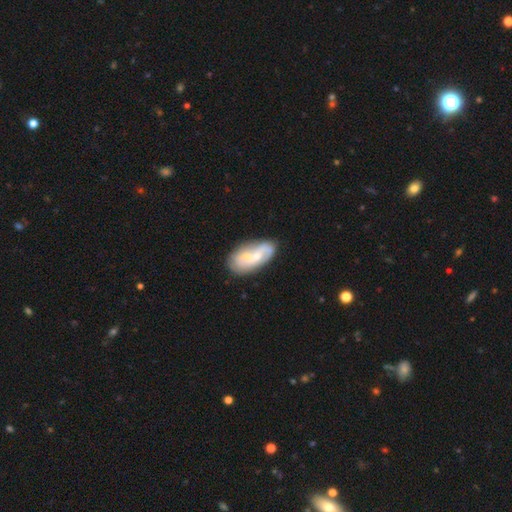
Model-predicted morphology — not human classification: featured or disk 56%, smooth 38%, star or artifact 6%. Down the decision tree: edge-on disk — no (94%); bar — no (71%); spiral arms — no (51%); bulge size — small (55%); merging — none (43%).